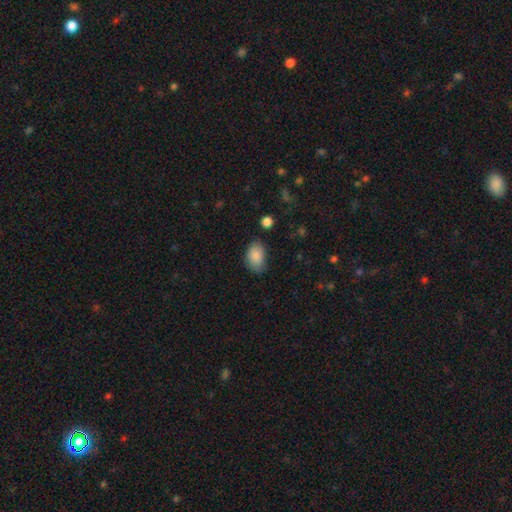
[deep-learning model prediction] smooth-or-featured: smooth: 87% | star or artifact: 7% | featured or disk: 6%
  how-rounded: in between: 87% | round: 12% | cigar-shaped: 1%
  merging: none: 70% | minor disturbance: 23% | major disturbance: 5% | merger: 2%